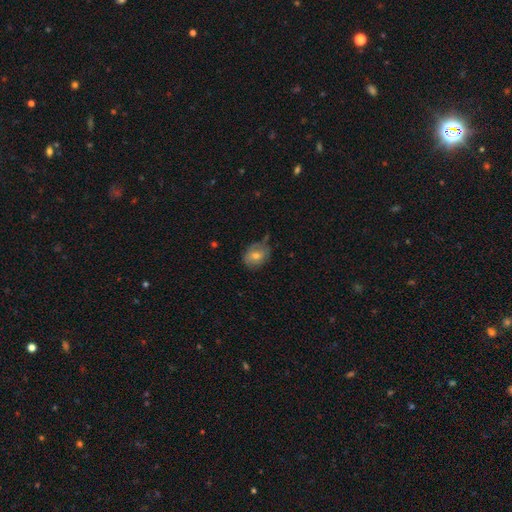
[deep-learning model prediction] The model was most divided on "how rounded": in between: 55%, round: 44%, cigar-shaped: 1%. More confident: merging — none (63%); smooth or featured — smooth (61%).